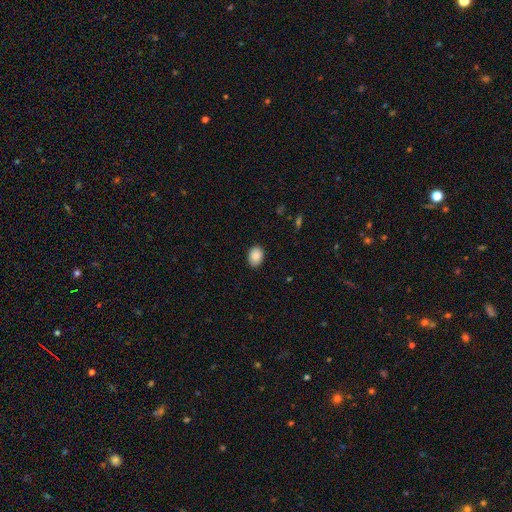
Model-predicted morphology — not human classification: Overall: smooth (88%). How rounded: in between (72%). Merging: none (86%).